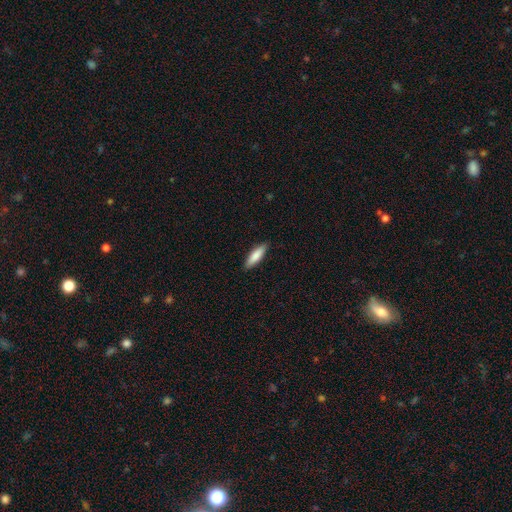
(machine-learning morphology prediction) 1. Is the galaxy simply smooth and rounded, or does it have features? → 82% smooth, 12% featured or disk, 5% star or artifact.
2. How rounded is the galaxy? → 58% cigar-shaped, 40% in between, 1% round.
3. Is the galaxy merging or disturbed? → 88% none, 9% minor disturbance, 2% major disturbance, 1% merger.